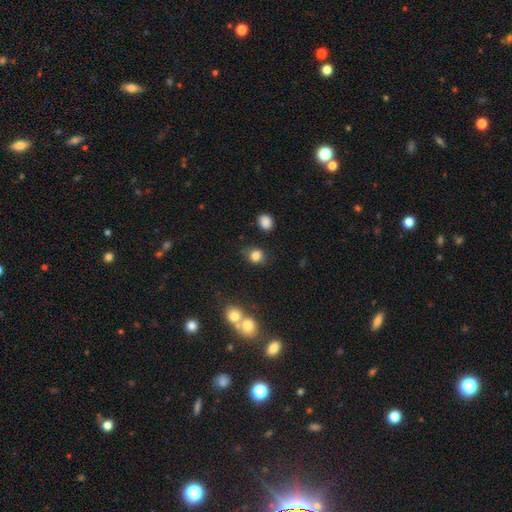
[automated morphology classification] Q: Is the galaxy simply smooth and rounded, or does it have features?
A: smooth — 83%.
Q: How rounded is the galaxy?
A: round — 74%.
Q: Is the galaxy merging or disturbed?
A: none — 75%.